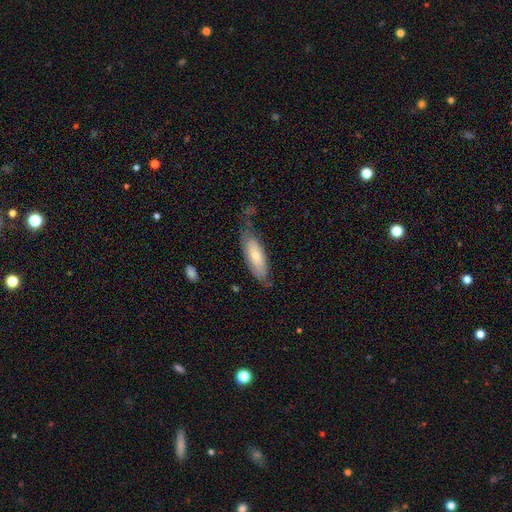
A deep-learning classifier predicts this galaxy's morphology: smooth 67%, featured or disk 27%, star or artifact 5%. Down the decision tree: how rounded — in between (60%); merging — none (53%).